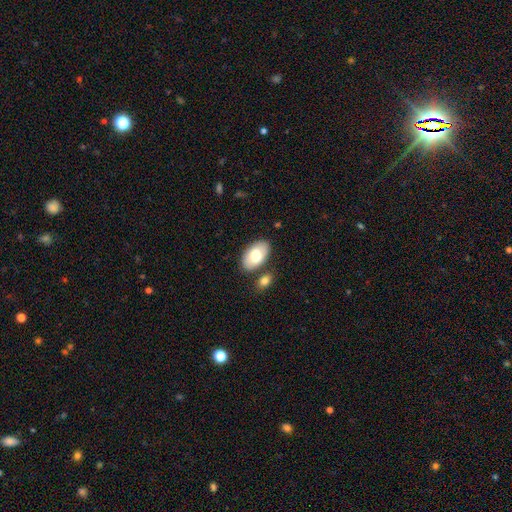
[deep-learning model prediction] The model was most divided on "smooth or featured": smooth: 74%, featured or disk: 20%, star or artifact: 6%. More confident: how rounded — in between (94%); merging — none (74%).